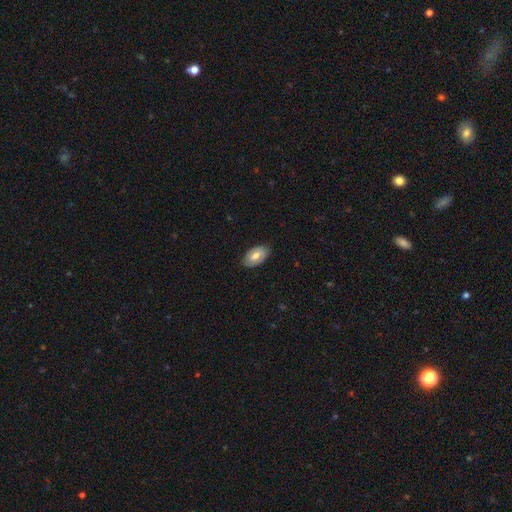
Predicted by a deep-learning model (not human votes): smooth_or_featured: smooth (p=0.62) [alt: featured or disk p=0.31]
how_rounded: in between (p=0.94) [alt: round p=0.04]
merging: none (p=0.84) [alt: minor disturbance p=0.13]